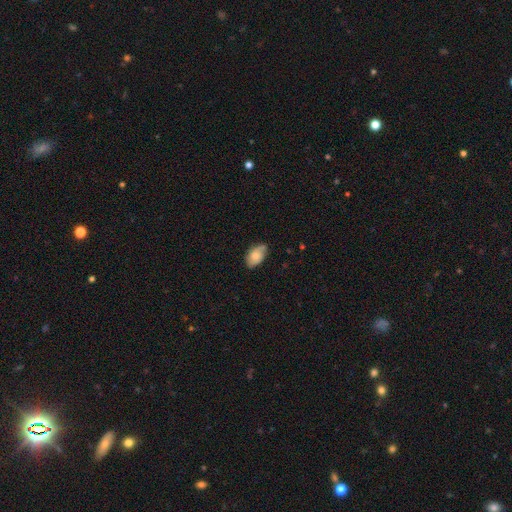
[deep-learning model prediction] Overall: smooth (72%). How rounded: in between (93%). Merging: none (66%; minor disturbance 28%).